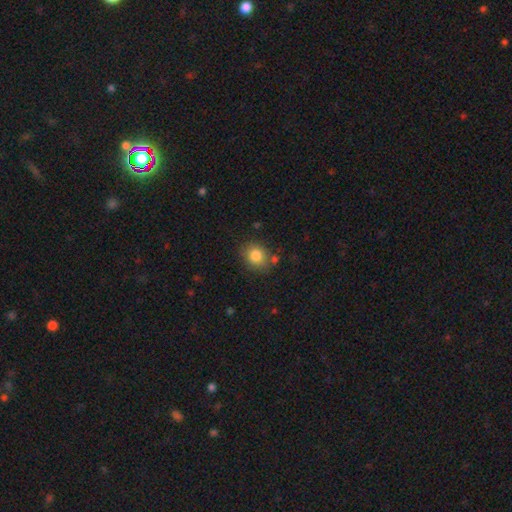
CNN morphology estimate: smooth_or_featured: smooth (p=0.82) [alt: star or artifact p=0.10]
how_rounded: round (p=0.68) [alt: in between p=0.31]
merging: none (p=0.78) [alt: minor disturbance p=0.14]